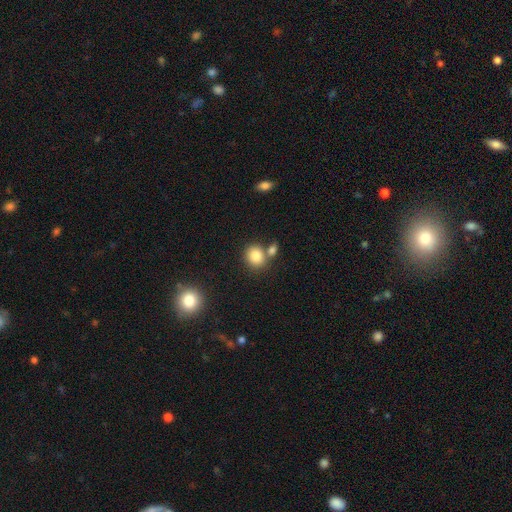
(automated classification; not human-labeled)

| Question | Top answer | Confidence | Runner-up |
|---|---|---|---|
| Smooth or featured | smooth | 84% | star or artifact (10%) |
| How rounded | round | 71% | in between (28%) |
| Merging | none | 60% | merger (25%) |